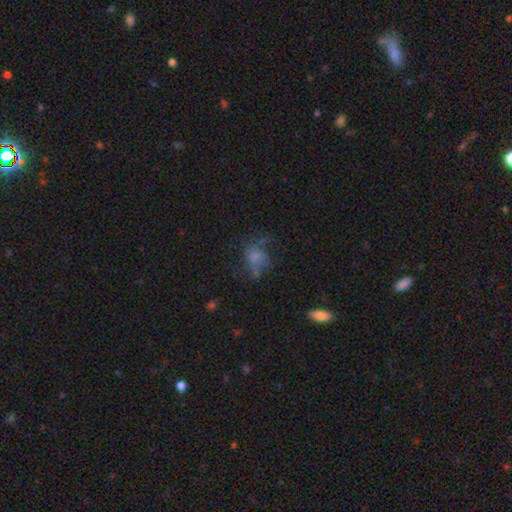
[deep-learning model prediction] Smooth or featured? smooth (46%)
Merging? none (48%)